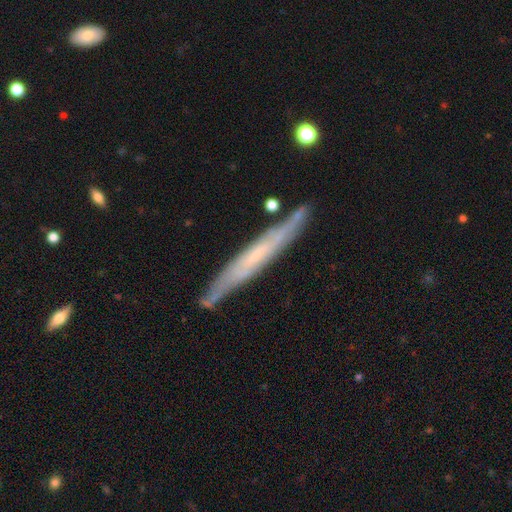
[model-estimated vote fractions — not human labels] Overall: featured or disk (63%; smooth 31%). Edge-on disk: yes (85%). Edge-on bulge: none (76%). Merging: none (83%).